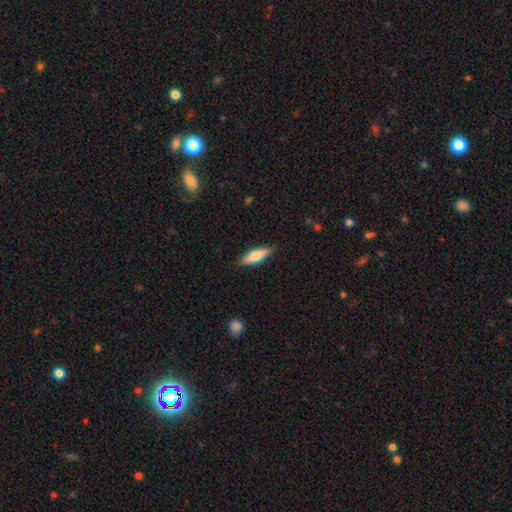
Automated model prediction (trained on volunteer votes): Smooth or featured? Predicted: smooth (p=0.69). How rounded? Predicted: cigar-shaped (p=0.49, tied with in between). Merging? Predicted: none (p=0.85).